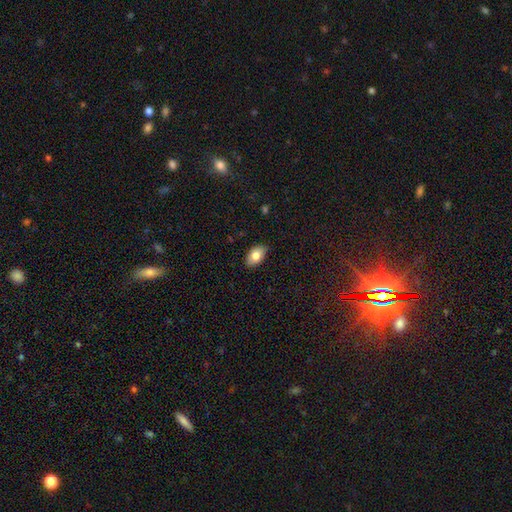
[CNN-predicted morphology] The model was most divided on "smooth or featured": smooth: 81%, featured or disk: 11%, star or artifact: 7%. More confident: how rounded — in between (92%); merging — none (86%).